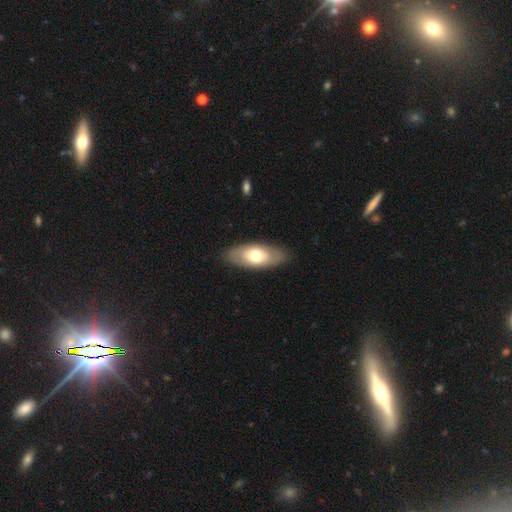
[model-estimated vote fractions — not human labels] This appears to be a smooth galaxy with no disk features (60%) that is in between round and cigar-shaped (86%). Merging: none (86%).